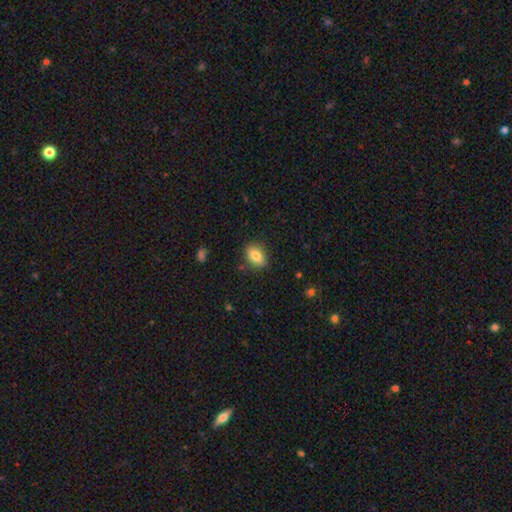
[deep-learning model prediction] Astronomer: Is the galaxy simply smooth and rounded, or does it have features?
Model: smooth — 79%.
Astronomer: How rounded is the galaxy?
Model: in between — 76%.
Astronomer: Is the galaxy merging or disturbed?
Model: none — 82%.